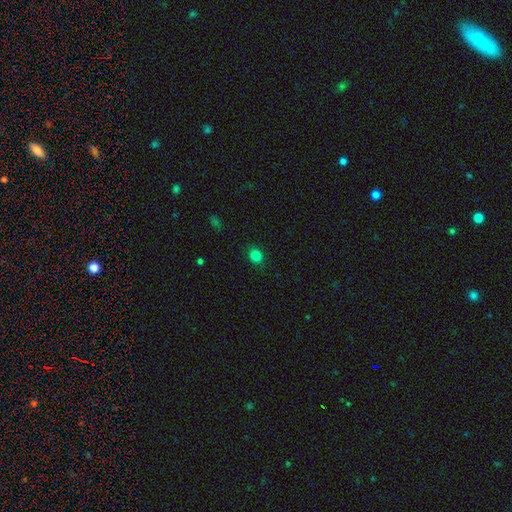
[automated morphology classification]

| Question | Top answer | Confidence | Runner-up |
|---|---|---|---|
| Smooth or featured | smooth | 82% | star or artifact (13%) |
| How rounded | round | 77% | in between (22%) |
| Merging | none | 89% | minor disturbance (8%) |